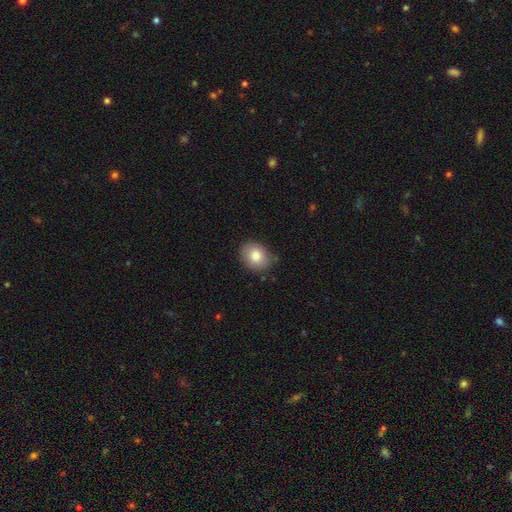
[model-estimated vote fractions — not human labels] This appears to be a smooth galaxy with no disk features (82%) that is round (50%). Merging: none (81%).